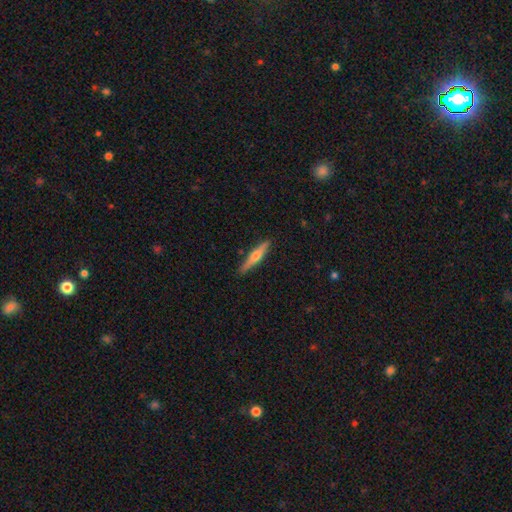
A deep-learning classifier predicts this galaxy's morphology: Smooth or featured?
  - featured or disk: 52% *
  - smooth: 42%
  - star or artifact: 6%
Edge-on disk?
  - yes: 96% *
  - no: 4%
Merging?
  - none: 89% *
  - minor disturbance: 8%
  - major disturbance: 2%
  - merger: 1%